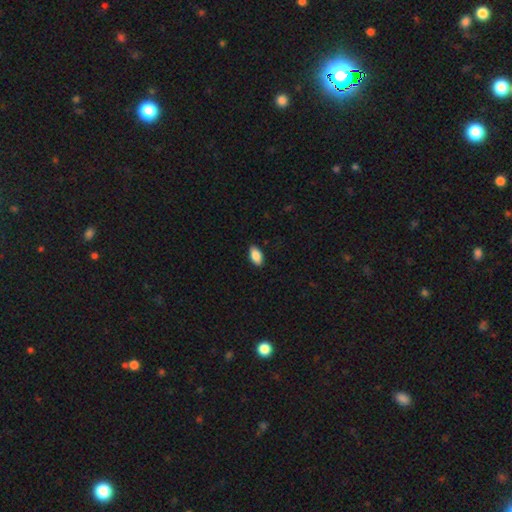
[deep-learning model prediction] A smooth galaxy with no disk features (88%) that is in between round and cigar-shaped (93%). Merging: none (89%).